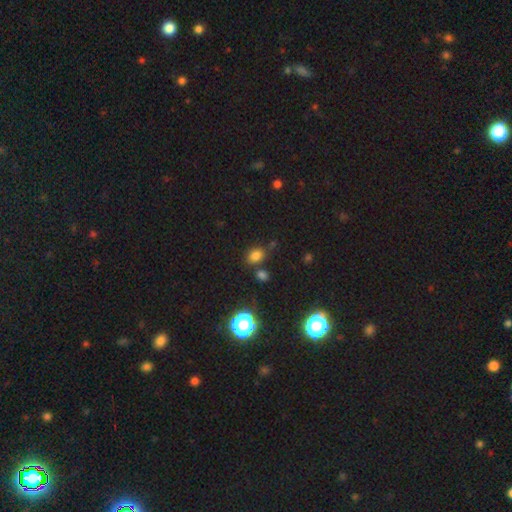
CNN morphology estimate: Q: Smooth or featured?
A: smooth (74%); runner-up: star or artifact (20%)
Q: How rounded?
A: in between (60%); runner-up: round (39%)
Q: Merging?
A: none (73%); runner-up: minor disturbance (13%)